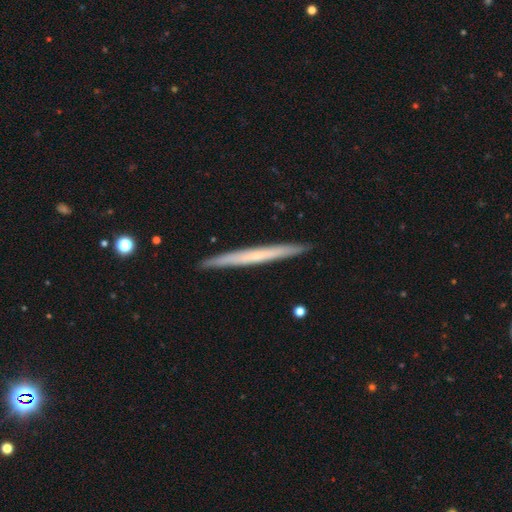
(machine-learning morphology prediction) featured or disk 51%, smooth 44%, star or artifact 6%. Down the decision tree: edge-on disk — yes (96%); merging — none (92%).